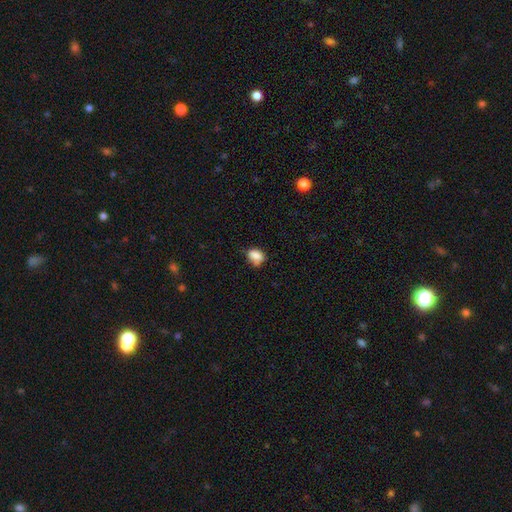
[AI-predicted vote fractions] smooth-or-featured: smooth: 82% | star or artifact: 10% | featured or disk: 8%
  how-rounded: in between: 65% | round: 33% | cigar-shaped: 2%
  merging: none: 50% | minor disturbance: 34% | major disturbance: 9% | merger: 7%